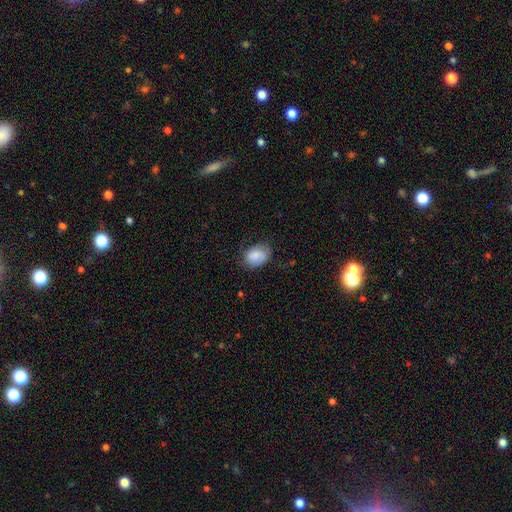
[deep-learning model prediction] Q: Smooth or featured?
A: smooth (82%); runner-up: featured or disk (11%)
Q: How rounded?
A: in between (75%); runner-up: round (24%)
Q: Merging?
A: none (62%); runner-up: minor disturbance (28%)